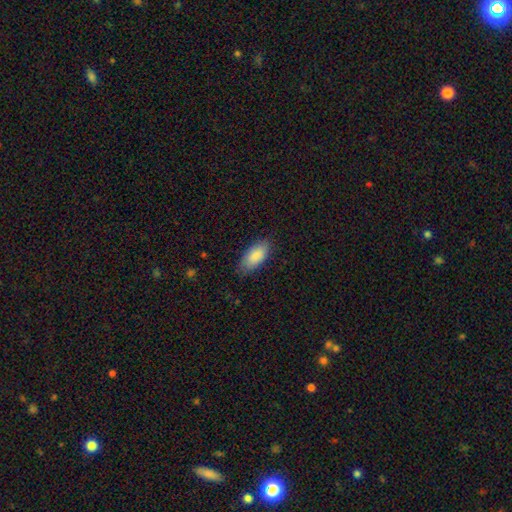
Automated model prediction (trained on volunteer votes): The model was most divided on "merging": none: 80%, minor disturbance: 16%, major disturbance: 3%, merger: 1%. More confident: how rounded — in between (91%); smooth or featured — smooth (87%).